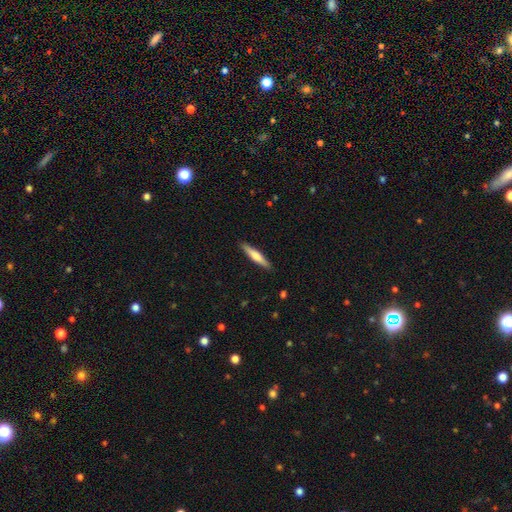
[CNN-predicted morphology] A smooth galaxy with no disk features (55%) that is cigar-shaped (90%). Merging: none (91%).